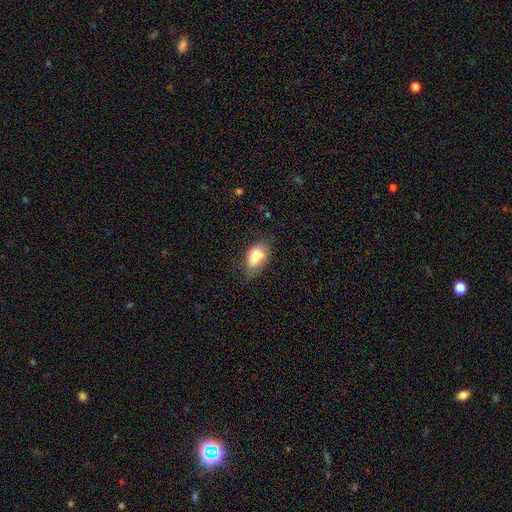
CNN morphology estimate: Q: Smooth or featured?
A: smooth (77%); runner-up: featured or disk (15%)
Q: How rounded?
A: in between (89%); runner-up: round (9%)
Q: Merging?
A: none (54%); runner-up: minor disturbance (32%)